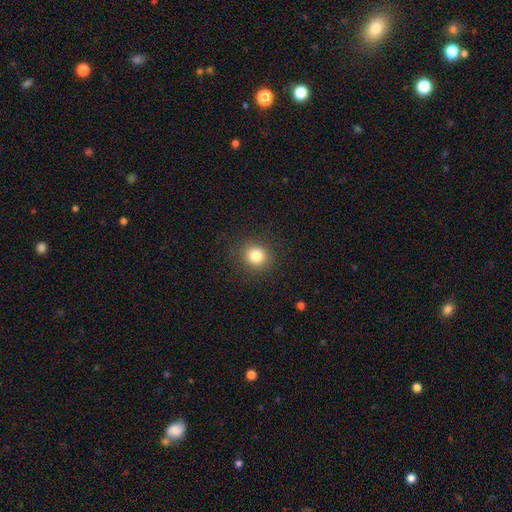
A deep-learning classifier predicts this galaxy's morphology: smooth_or_featured: smooth (p=0.82) [alt: star or artifact p=0.12]
how_rounded: round (p=0.84) [alt: in between p=0.15]
merging: none (p=0.89) [alt: minor disturbance p=0.07]